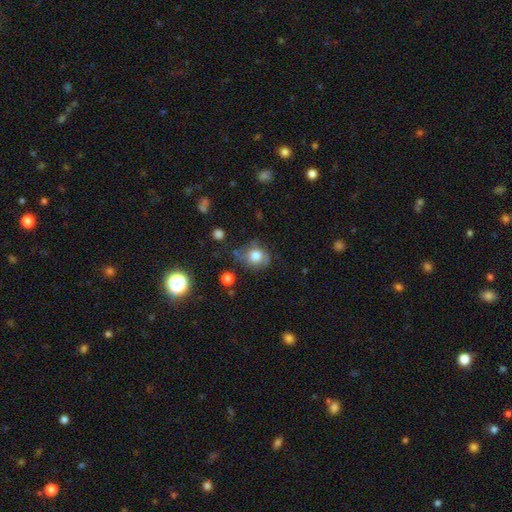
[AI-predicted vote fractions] Smooth or featured?
  - smooth: 72% *
  - featured or disk: 17%
  - star or artifact: 10%
How rounded?
  - round: 67% *
  - in between: 32%
  - cigar-shaped: 1%
Merging?
  - none: 55% *
  - minor disturbance: 29%
  - major disturbance: 12%
  - merger: 4%